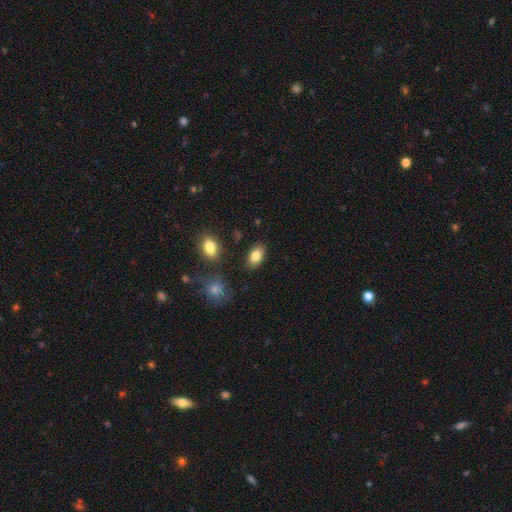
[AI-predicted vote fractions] smooth_or_featured: smooth (p=0.84) [alt: star or artifact p=0.08]
how_rounded: in between (p=0.90) [alt: round p=0.08]
merging: none (p=0.85) [alt: minor disturbance p=0.10]